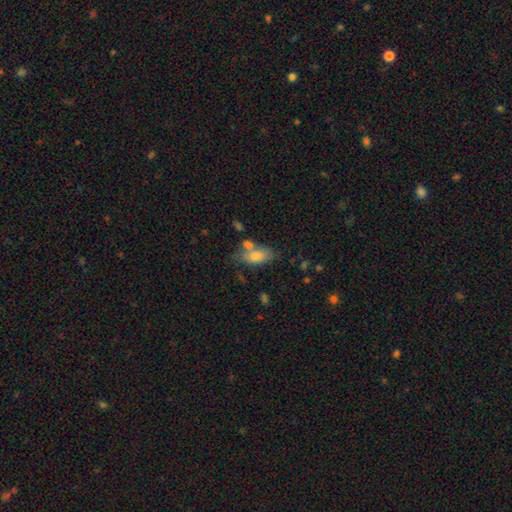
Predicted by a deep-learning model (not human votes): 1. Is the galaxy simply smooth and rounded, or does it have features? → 75% smooth, 16% featured or disk, 9% star or artifact.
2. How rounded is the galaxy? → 88% in between, 8% cigar-shaped, 4% round.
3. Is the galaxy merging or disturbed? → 51% none, 22% merger, 19% minor disturbance, 8% major disturbance.